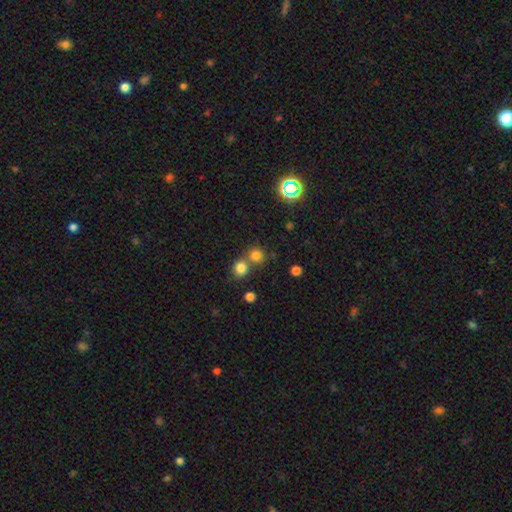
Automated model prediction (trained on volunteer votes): Smooth or featured? smooth (75%)
How rounded? round (89%)
Merging? none (56%)